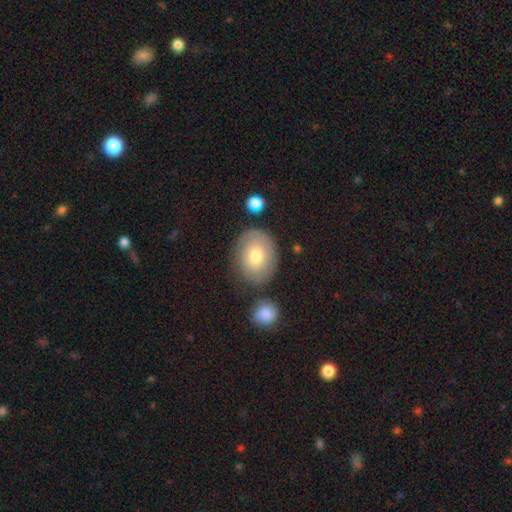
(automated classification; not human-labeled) Smooth or featured: smooth — 69% (featured or disk — 23%)
How rounded: in between — 50% (round — 49%)
Merging: none — 74% (minor disturbance — 16%)